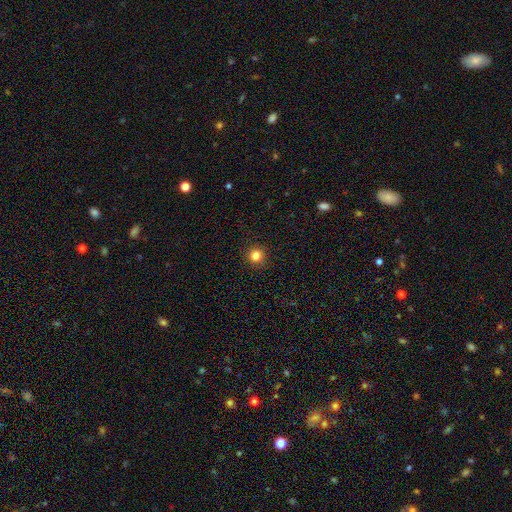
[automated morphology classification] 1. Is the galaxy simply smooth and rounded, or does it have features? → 84% smooth, 12% star or artifact, 4% featured or disk.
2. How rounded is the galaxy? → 93% round, 6% in between, 1% cigar-shaped.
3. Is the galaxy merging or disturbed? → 91% none, 6% minor disturbance, 2% major disturbance, 1% merger.